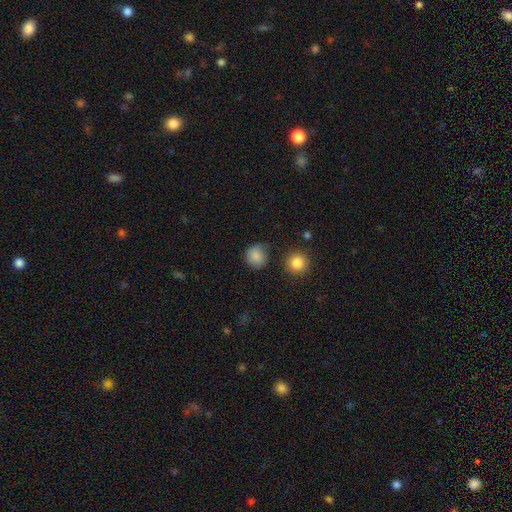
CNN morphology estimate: Overall: smooth (85%). How rounded: round (88%). Merging: none (72%).